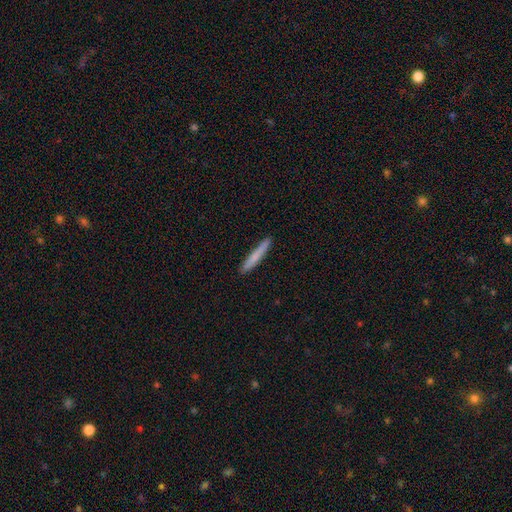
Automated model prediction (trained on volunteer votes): The model was most divided on "smooth or featured": smooth: 76%, featured or disk: 18%, star or artifact: 6%. More confident: how rounded — cigar-shaped (95%); merging — none (90%).